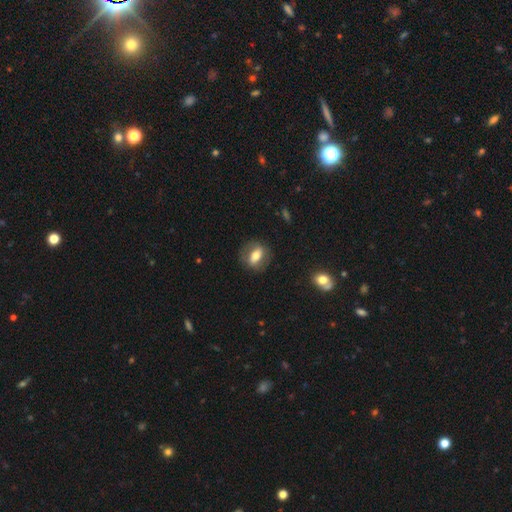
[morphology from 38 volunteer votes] Smooth or featured? 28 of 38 (74%) said smooth. How rounded? 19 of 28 (68%) said in between. Merging? 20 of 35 (57%) said none.